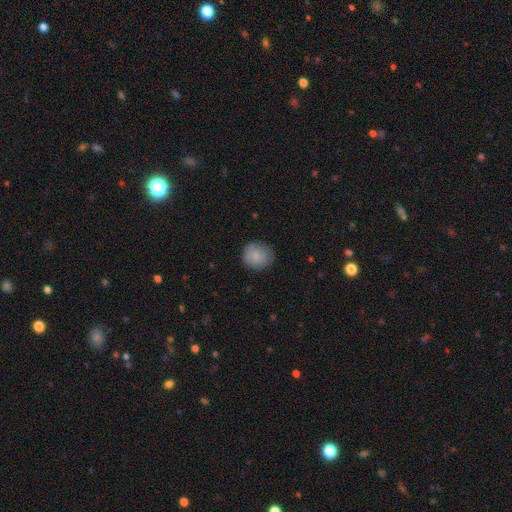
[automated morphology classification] This is likely a smooth galaxy (74%). How rounded: clearly round (84%). Merging: likely none (80%).